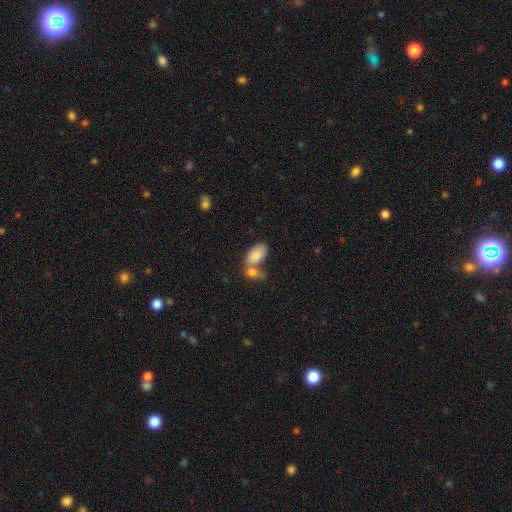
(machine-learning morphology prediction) A smooth galaxy with no disk features (85%) that is in between round and cigar-shaped (94%).

Vote fractions:
- Smooth or featured? smooth: 85% / featured or disk: 8% / star or artifact: 7%
- How rounded? in between: 94% / round: 4% / cigar-shaped: 2%
- Merging? merger: 51% / none: 33% / minor disturbance: 11% / major disturbance: 5%